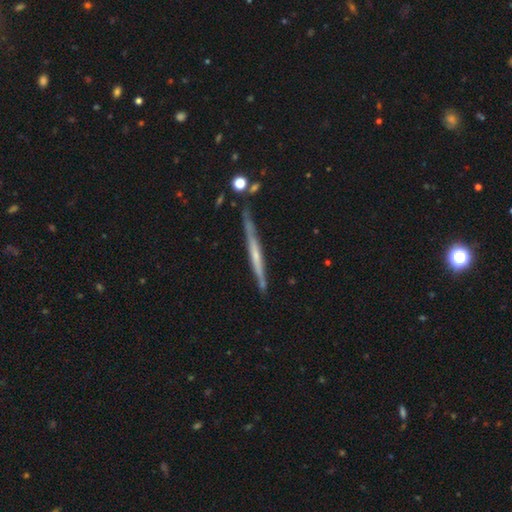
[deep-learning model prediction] This is likely a featured or disk galaxy (64%). It is clearly viewed edge-on (96%). Edge-on bulge: likely none (68%). Merging: likely none (77%).